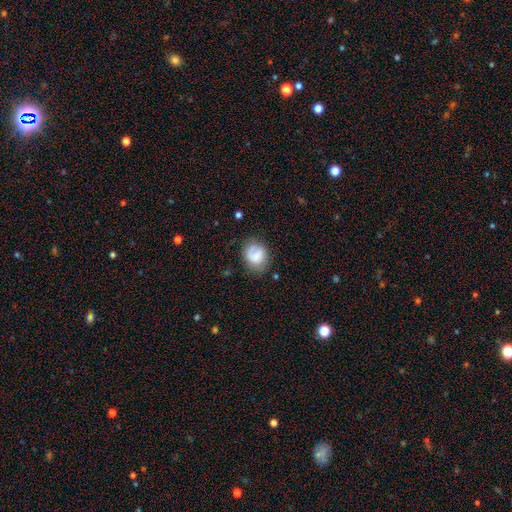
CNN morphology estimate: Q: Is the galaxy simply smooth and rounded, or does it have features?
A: smooth — 62%.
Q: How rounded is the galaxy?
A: round — 64%.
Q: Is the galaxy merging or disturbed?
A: none — 62%.